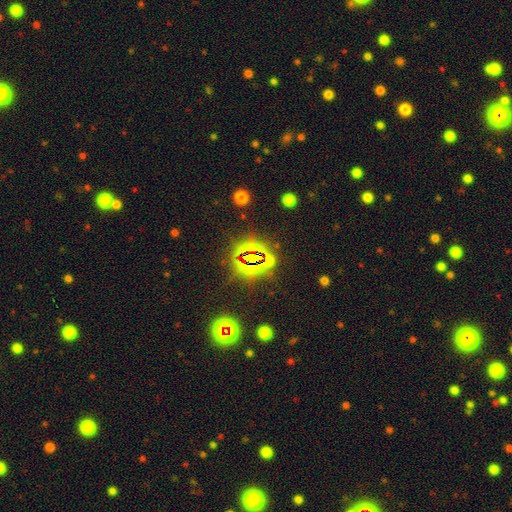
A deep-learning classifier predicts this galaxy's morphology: Smooth or featured? Predicted: star or artifact (p=0.80).